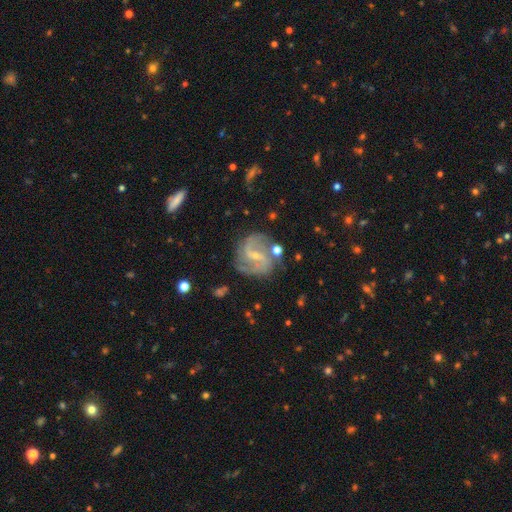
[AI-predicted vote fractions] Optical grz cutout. It shows a featured or disk galaxy (87%) with a weak bar (50%), 2 (80%) medium (52%) spiral arms (96%) and a small central bulge (74%). Merging: none (72%).